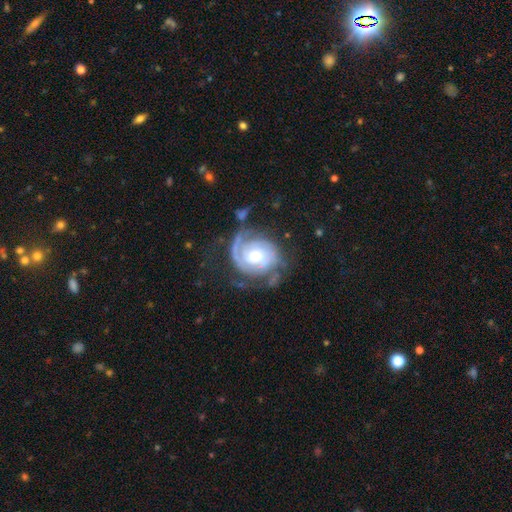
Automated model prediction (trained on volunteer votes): featured or disk 86%, smooth 9%, star or artifact 5%. Down the decision tree: edge-on disk — no (98%); bar — no (63%); spiral arms — yes (95%); spiral arm count — 2 (44%); spiral winding — tight (62%); bulge size — moderate (66%); merging — none (58%).